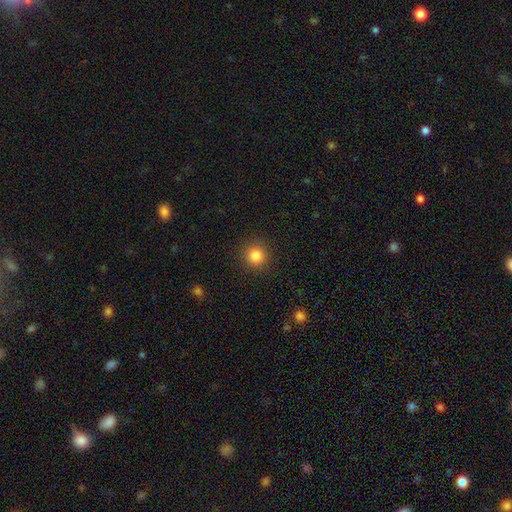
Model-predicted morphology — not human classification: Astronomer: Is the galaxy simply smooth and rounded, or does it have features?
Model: smooth — 84%.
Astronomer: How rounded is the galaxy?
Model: round — 94%.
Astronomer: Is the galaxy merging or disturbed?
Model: none — 91%.